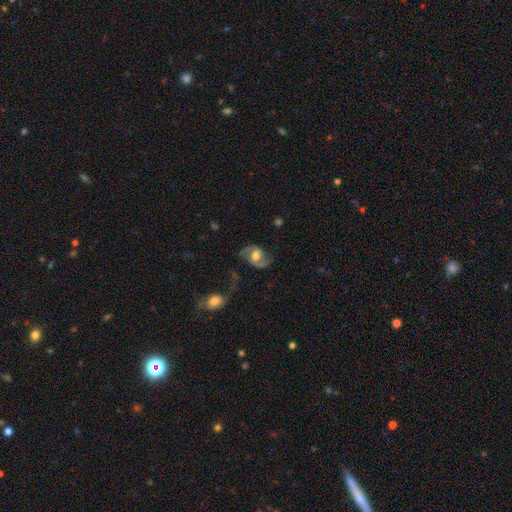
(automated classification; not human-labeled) The model was most divided on "spiral winding": medium: 46%, loose: 42%, tight: 12%. Remaining: edge-on disk — no (97%); spiral arms — yes (93%); spiral arm count — 2 (92%); smooth or featured — featured or disk (82%); merging — none (69%); bulge size — moderate (61%); bar — no (47%).